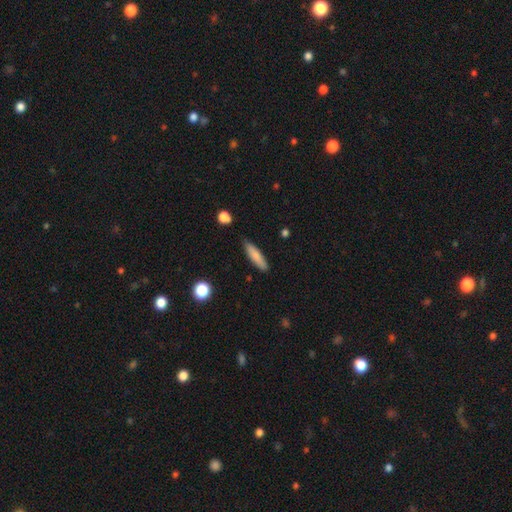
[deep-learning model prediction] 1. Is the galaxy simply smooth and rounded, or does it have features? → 80% smooth, 13% featured or disk, 7% star or artifact.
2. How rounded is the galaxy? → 76% cigar-shaped, 22% in between, 2% round.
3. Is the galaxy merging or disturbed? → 84% none, 12% minor disturbance, 2% major disturbance, 2% merger.